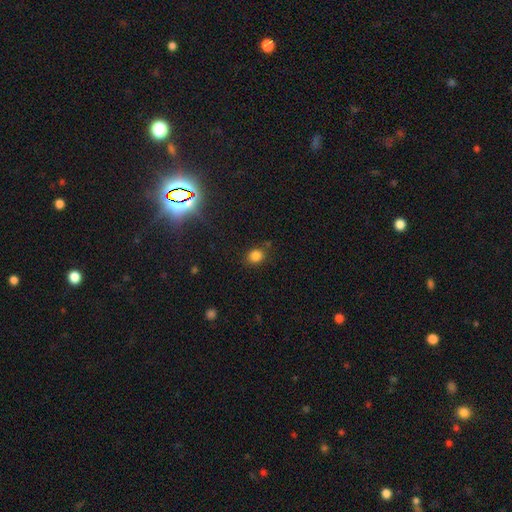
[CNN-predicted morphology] smooth-or-featured: smooth: 81% | star or artifact: 14% | featured or disk: 5%
  how-rounded: round: 70% | in between: 29% | cigar-shaped: 1%
  merging: none: 79% | minor disturbance: 14% | major disturbance: 4% | merger: 4%